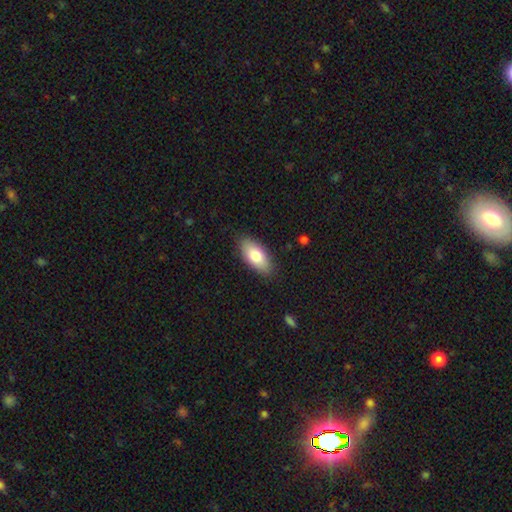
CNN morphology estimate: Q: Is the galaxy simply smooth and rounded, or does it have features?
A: smooth — 77%.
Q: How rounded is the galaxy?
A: in between — 89%.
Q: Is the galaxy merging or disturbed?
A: none — 86%.